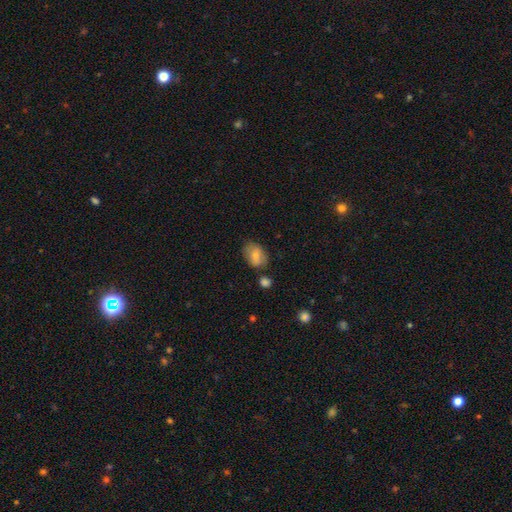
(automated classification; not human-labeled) Smooth or featured? Predicted: smooth (p=0.75). How rounded? Predicted: in between (p=0.82). Merging? Predicted: none (p=0.64).